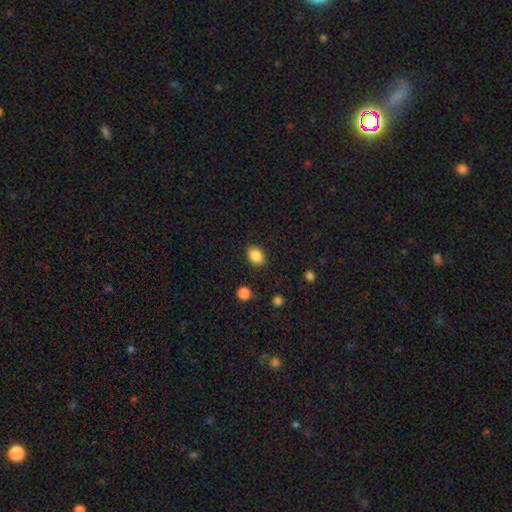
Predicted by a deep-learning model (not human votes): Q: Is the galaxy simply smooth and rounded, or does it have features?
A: smooth — 87%.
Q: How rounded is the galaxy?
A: in between — 76%.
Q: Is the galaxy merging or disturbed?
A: none — 86%.